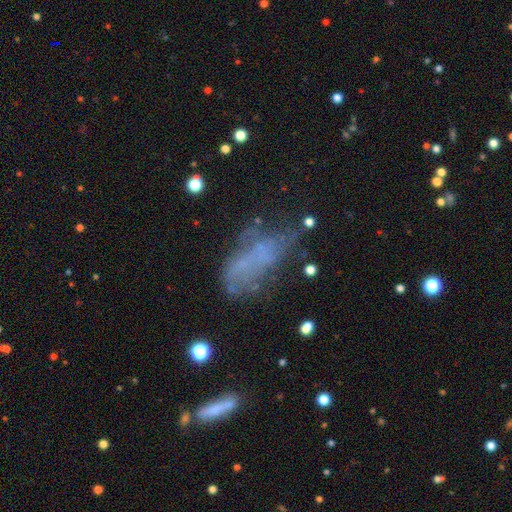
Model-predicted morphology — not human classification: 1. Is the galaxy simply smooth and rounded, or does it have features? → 42% smooth, 37% featured or disk, 21% star or artifact.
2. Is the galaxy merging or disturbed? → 37% none, 31% major disturbance, 24% minor disturbance, 8% merger.